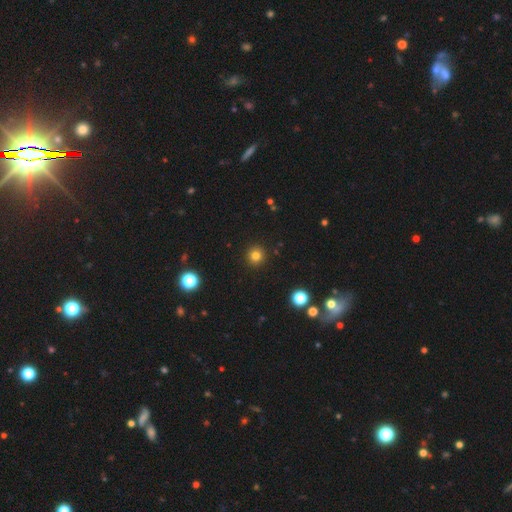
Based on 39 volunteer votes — Q: Smooth or featured?
A: smooth (77%); runner-up: featured or disk (13%)
Q: How rounded?
A: round (97%); runner-up: in between (3%)
Q: Merging?
A: none (91%); runner-up: minor disturbance (6%)